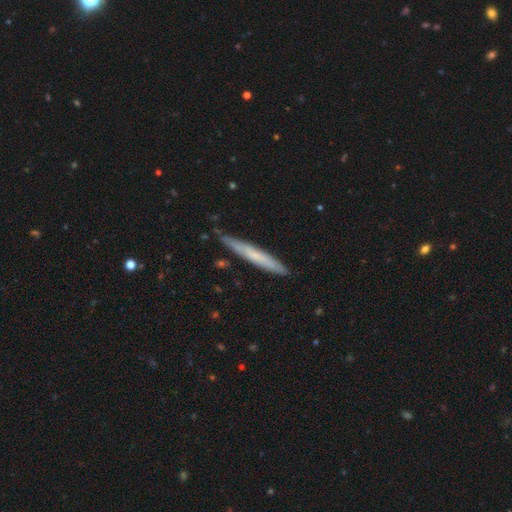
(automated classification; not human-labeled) smooth_or_featured: smooth (p=0.56) [alt: featured or disk p=0.38]
how_rounded: cigar-shaped (p=0.96) [alt: in between p=0.03]
merging: none (p=0.80) [alt: minor disturbance p=0.16]